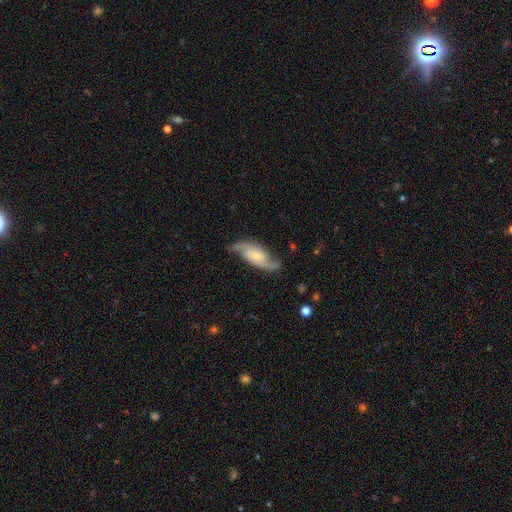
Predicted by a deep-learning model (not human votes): The model was most divided on "spiral winding": medium: 44%, loose: 41%, tight: 15%. Remaining: spiral arms — yes (97%); edge-on disk — no (95%); spiral arm count — 2 (91%); smooth or featured — featured or disk (86%); merging — none (78%); bulge size — small (58%); bar — no (48%).